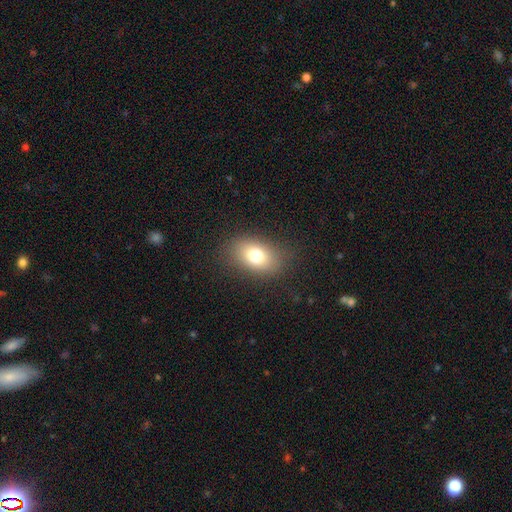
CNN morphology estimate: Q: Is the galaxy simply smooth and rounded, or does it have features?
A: smooth — 75%.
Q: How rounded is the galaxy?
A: in between — 79%.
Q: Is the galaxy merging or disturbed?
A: none — 82%.